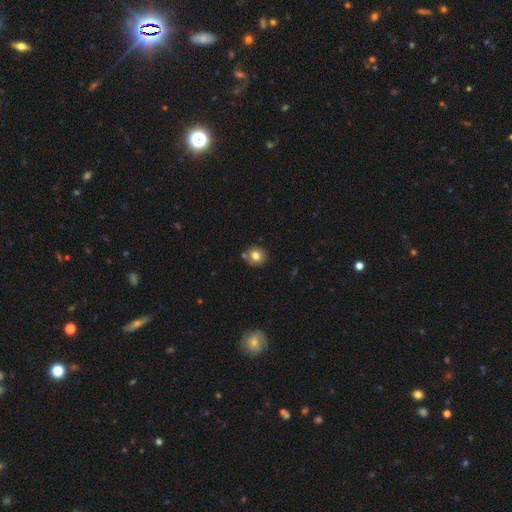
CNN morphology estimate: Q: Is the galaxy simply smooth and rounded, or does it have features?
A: smooth — 78%.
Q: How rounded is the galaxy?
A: round — 84%.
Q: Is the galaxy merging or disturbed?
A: none — 77%.